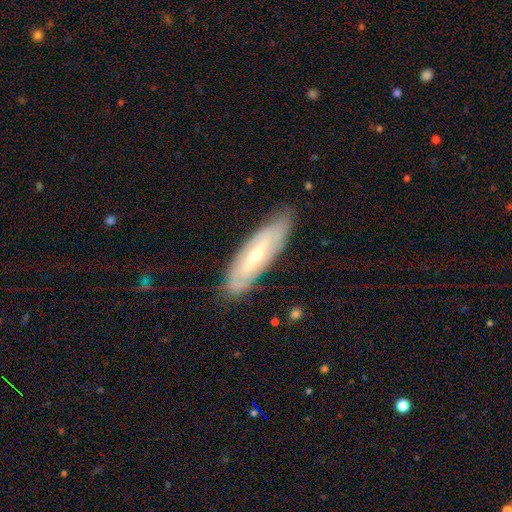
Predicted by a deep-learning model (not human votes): Smooth or featured: featured or disk — 70% (smooth — 24%)
Edge-on disk: no — 73% (yes — 27%)
Bar: no — 39% (tied with weak — 39%)
Spiral arms: yes — 71% (no — 29%)
Bulge size: moderate — 50% (small — 46%)
Merging: none — 81% (minor disturbance — 14%)